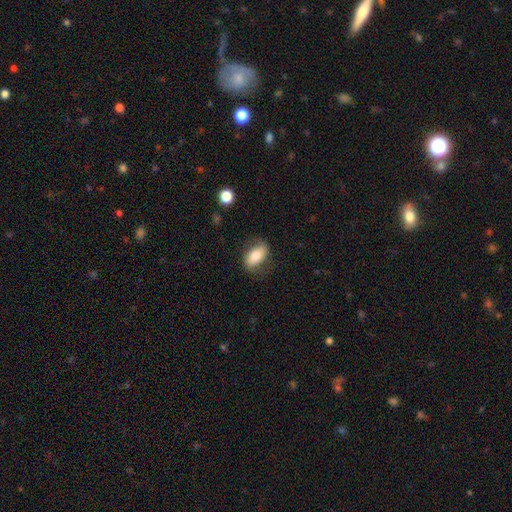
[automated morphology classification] Smooth or featured: smooth — 71% (featured or disk — 23%)
How rounded: in between — 90% (round — 6%)
Merging: none — 72% (minor disturbance — 20%)